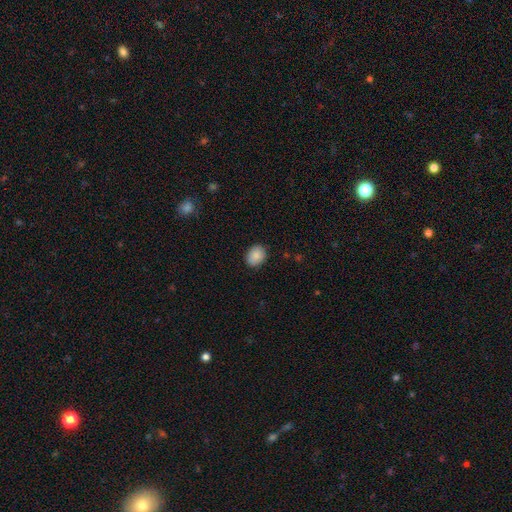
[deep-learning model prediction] A smooth galaxy with no disk features (88%) that is in between round and cigar-shaped (50%). Merging: none (87%).